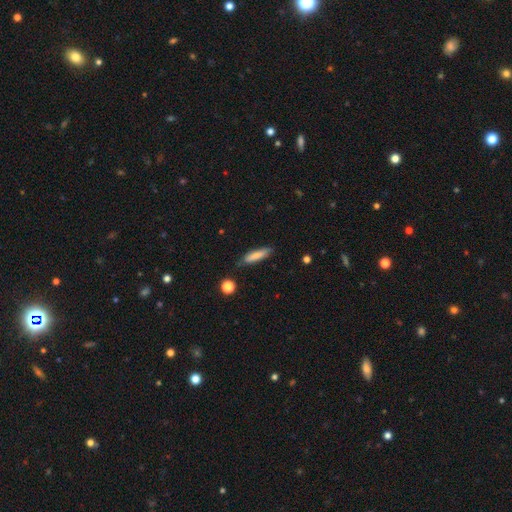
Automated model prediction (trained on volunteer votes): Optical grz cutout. It shows a smooth galaxy with no disk features (80%) that is cigar-shaped (79%). Merging: none (80%).